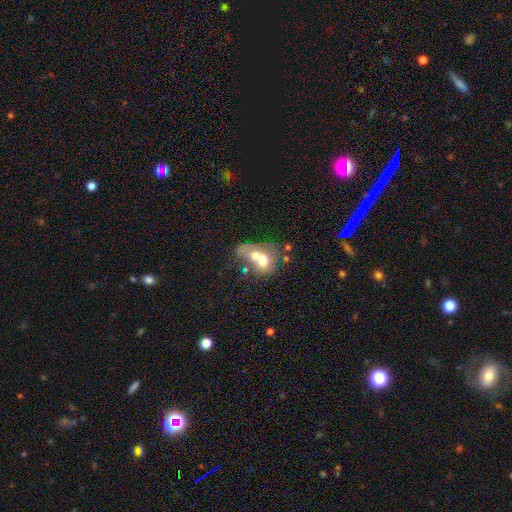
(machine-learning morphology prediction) This appears to be a smooth galaxy with no disk features (52%) that is in between round and cigar-shaped (58%). Merging: merger (70%).